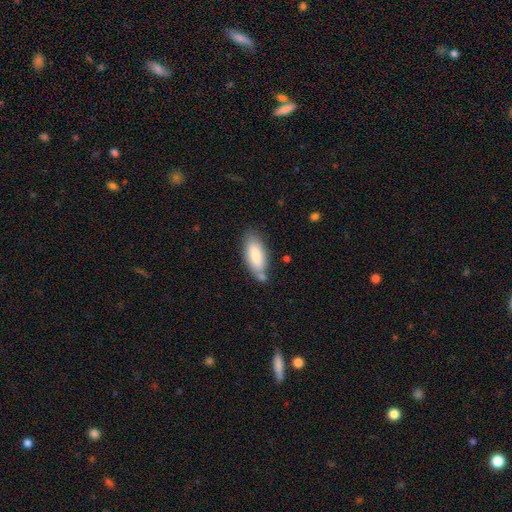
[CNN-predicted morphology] This appears to be a smooth galaxy with no disk features (82%) that is in between round and cigar-shaped (79%). Merging: none (60%).